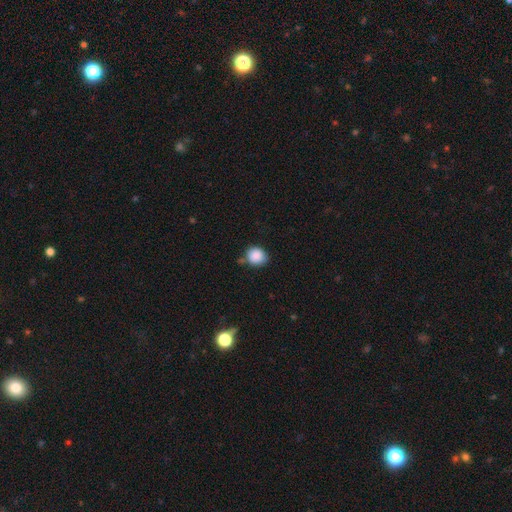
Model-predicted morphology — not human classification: smooth-or-featured: smooth: 88% | star or artifact: 9% | featured or disk: 4%
  how-rounded: round: 81% | in between: 18% | cigar-shaped: 1%
  merging: none: 69% | minor disturbance: 19% | merger: 7% | major disturbance: 4%